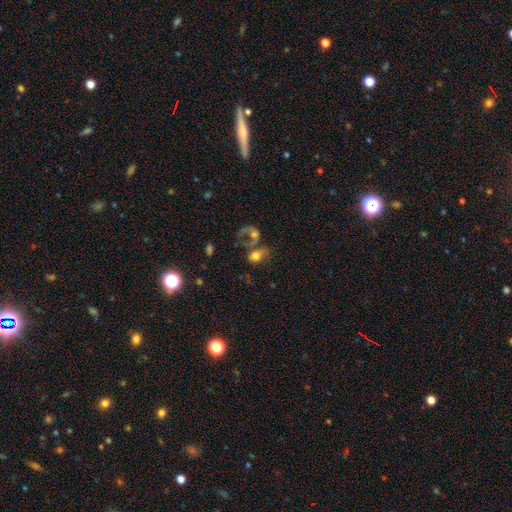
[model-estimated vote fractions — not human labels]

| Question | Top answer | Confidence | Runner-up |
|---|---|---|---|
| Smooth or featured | smooth | 54% | featured or disk (33%) |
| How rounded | in between | 62% | round (35%) |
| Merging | merger | 51% | major disturbance (23%) |